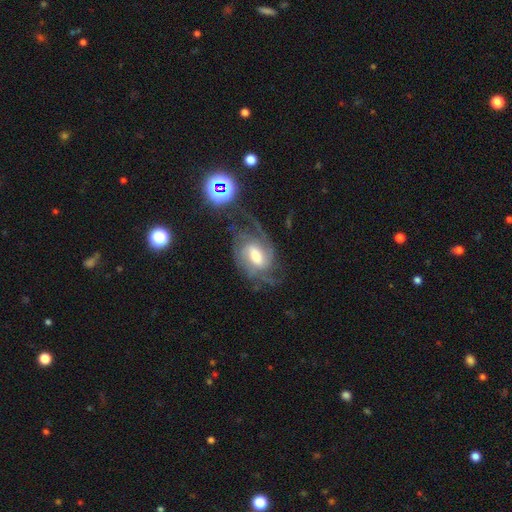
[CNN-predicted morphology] Smooth or featured? Predicted: featured or disk (p=0.84). Edge-on disk? Predicted: no (p=0.97). Bar? Predicted: weak (p=0.51). Spiral arms? Predicted: yes (p=0.96). Spiral winding? Predicted: medium (p=0.46). Spiral arm count? Predicted: 2 (p=0.34). Bulge size? Predicted: moderate (p=0.57). Merging? Predicted: none (p=0.56).